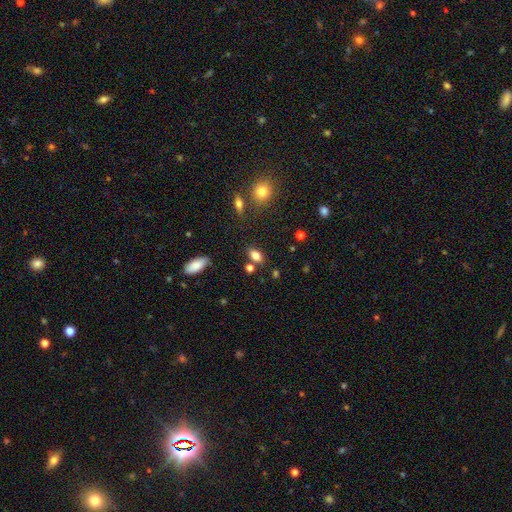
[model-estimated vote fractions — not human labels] smooth 80%, star or artifact 11%, featured or disk 9%. Down the decision tree: how rounded — in between (85%); merging — none (72%).